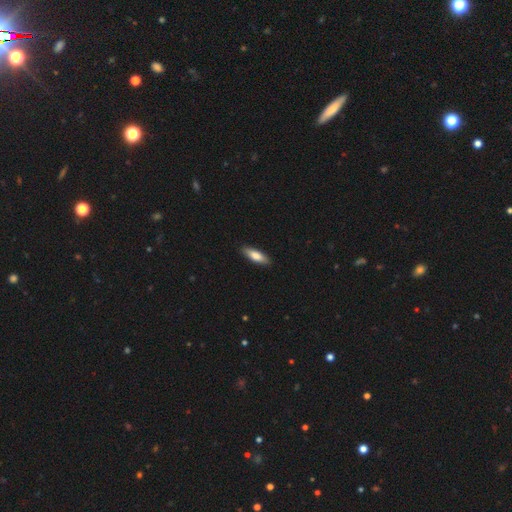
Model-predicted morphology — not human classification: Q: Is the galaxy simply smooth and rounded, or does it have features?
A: smooth — 78%.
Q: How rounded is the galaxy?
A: in between — 52%.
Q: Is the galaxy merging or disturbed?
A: none — 90%.